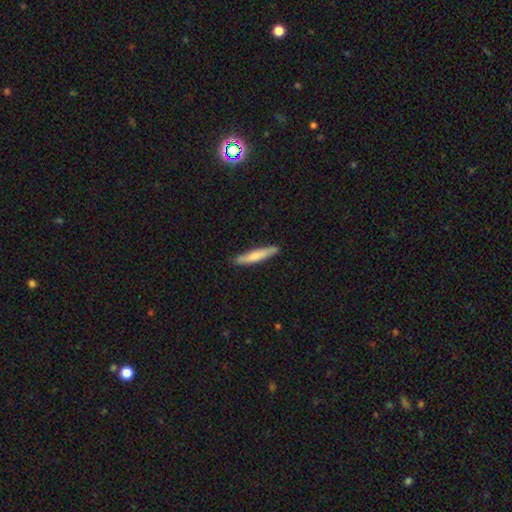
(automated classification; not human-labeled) A smooth galaxy with no disk features (70%) that is cigar-shaped (92%). Merging: none (87%).